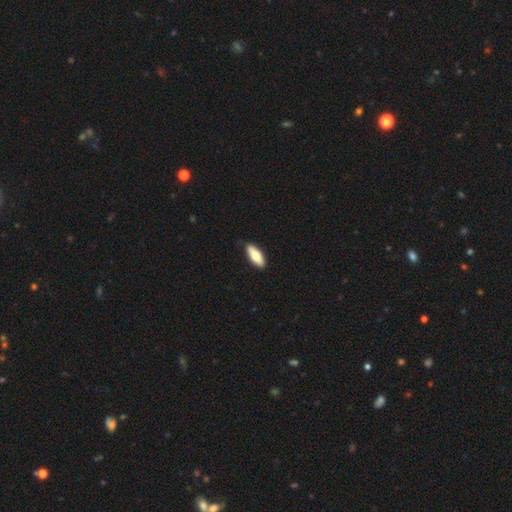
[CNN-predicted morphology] smooth 73%, featured or disk 22%, star or artifact 5%. Down the decision tree: how rounded — in between (71%); merging — none (87%).